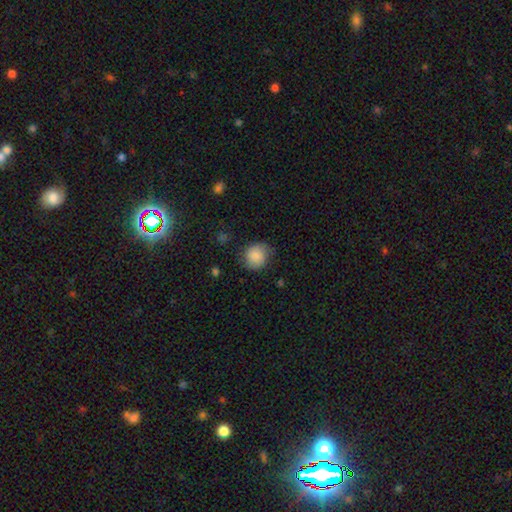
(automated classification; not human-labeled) Morphology: type=smooth (83%); roundness=round (81%); merging=none (73%).